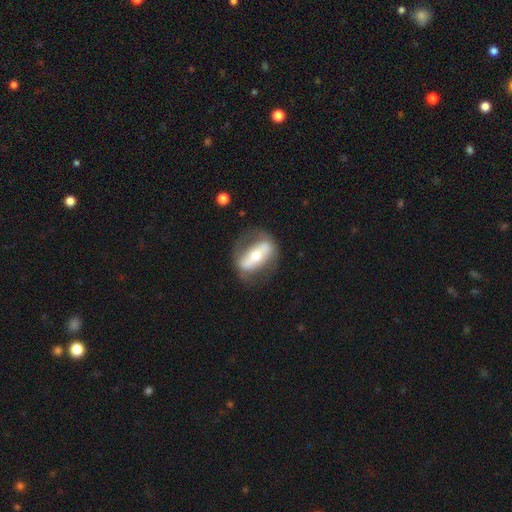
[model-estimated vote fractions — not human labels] Smooth or featured? Predicted: featured or disk (p=0.64). Edge-on disk? Predicted: no (p=0.73). Merging? Predicted: none (p=0.66).